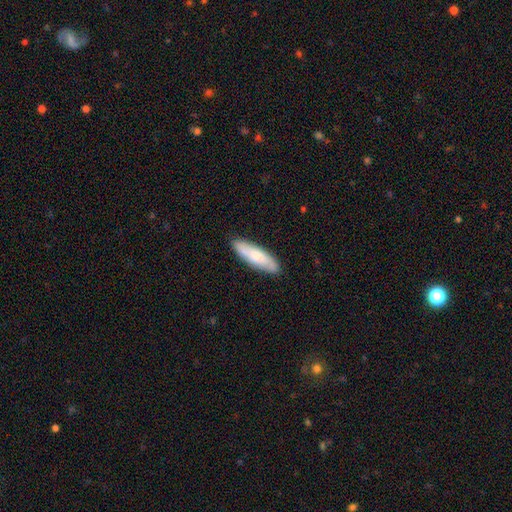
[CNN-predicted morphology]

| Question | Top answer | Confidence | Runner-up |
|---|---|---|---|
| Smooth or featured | smooth | 72% | featured or disk (23%) |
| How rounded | cigar-shaped | 59% | in between (39%) |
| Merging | none | 87% | minor disturbance (10%) |